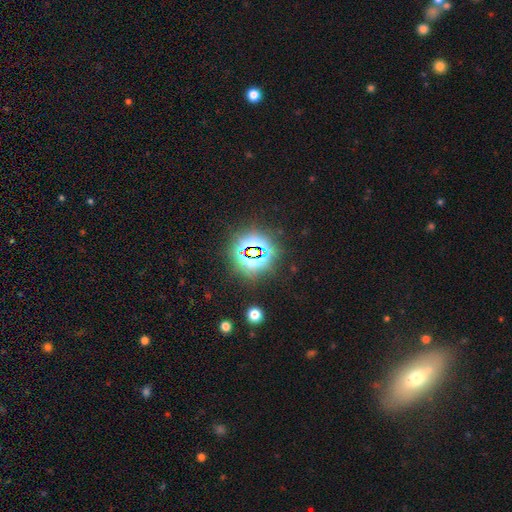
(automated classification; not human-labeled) Smooth or featured: star or artifact — 79% (smooth — 13%)